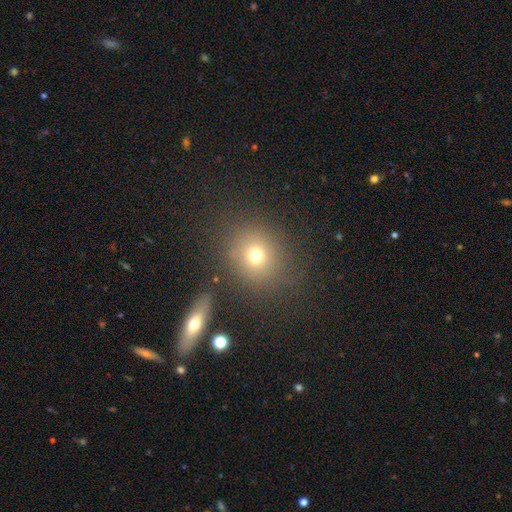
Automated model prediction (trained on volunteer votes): Smooth or featured? smooth (70%)
How rounded? round (80%)
Merging? none (80%)